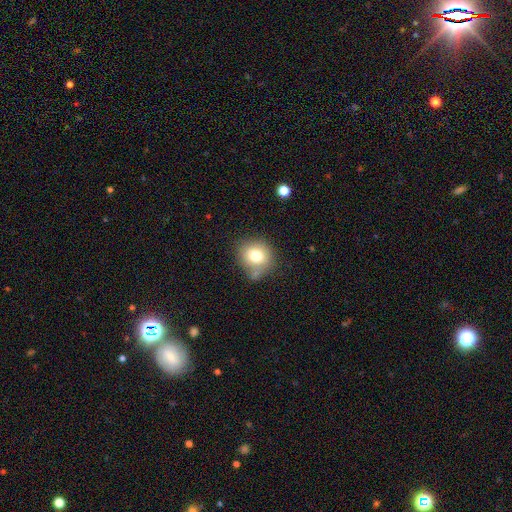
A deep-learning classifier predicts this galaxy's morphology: This is likely a smooth galaxy (77%). How rounded: likely round (79%). Merging: likely none (63%).